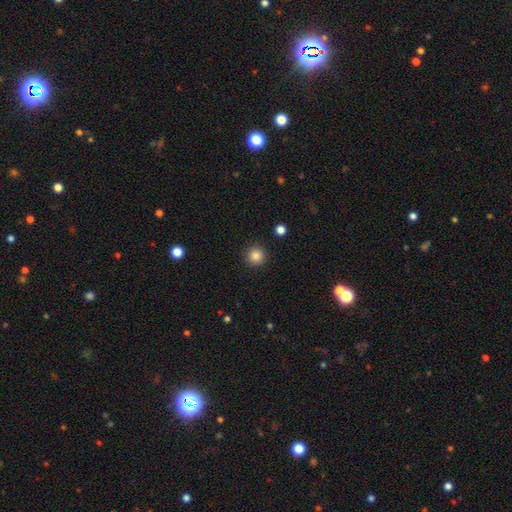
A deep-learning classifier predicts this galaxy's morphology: smooth-or-featured: smooth: 85% | star or artifact: 11% | featured or disk: 4%
  how-rounded: round: 95% | in between: 4% | cigar-shaped: 1%
  merging: none: 91% | minor disturbance: 5% | major disturbance: 2% | merger: 1%